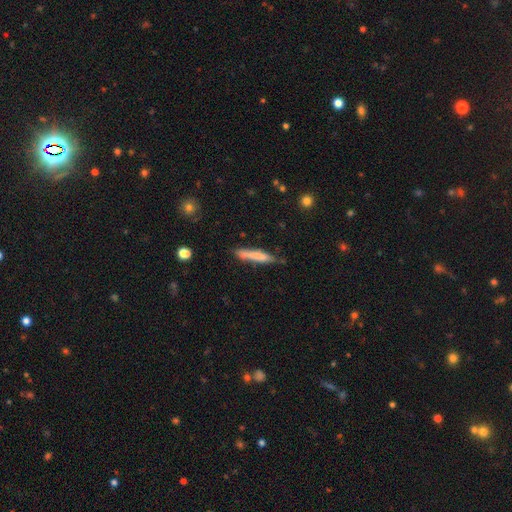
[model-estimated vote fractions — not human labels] Smooth or featured? Predicted: smooth (p=0.71). How rounded? Predicted: cigar-shaped (p=0.92). Merging? Predicted: none (p=0.70).